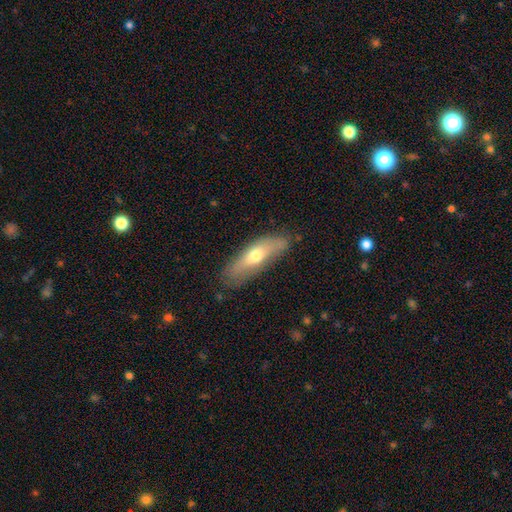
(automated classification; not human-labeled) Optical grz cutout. It shows a smooth galaxy with no disk features (55%) that is cigar-shaped (53%). Merging: none (76%).